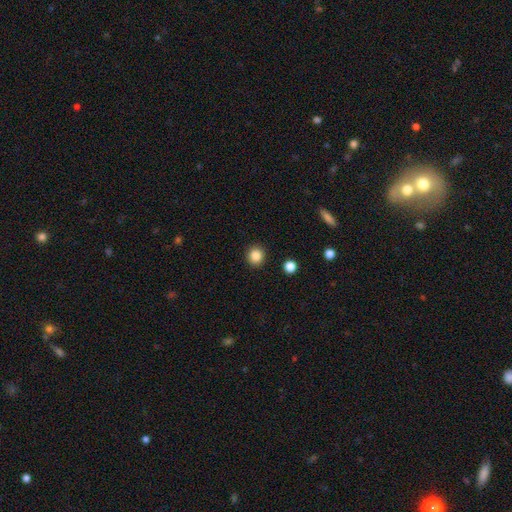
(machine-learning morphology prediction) Overall: smooth (85%). How rounded: round (90%). Merging: none (92%).